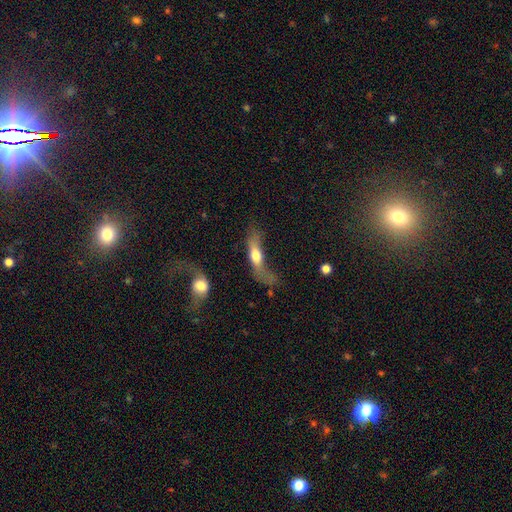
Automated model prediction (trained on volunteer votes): smooth_or_featured: smooth (p=0.53) [alt: featured or disk p=0.39]
how_rounded: cigar-shaped (p=0.49) [alt: in between p=0.46]
merging: major disturbance (p=0.42) [alt: none p=0.25]